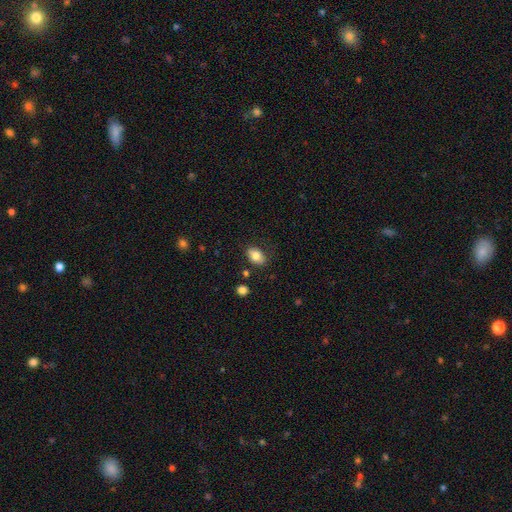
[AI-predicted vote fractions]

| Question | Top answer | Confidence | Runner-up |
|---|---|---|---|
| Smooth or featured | smooth | 81% | featured or disk (11%) |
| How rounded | in between | 84% | round (15%) |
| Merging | none | 80% | minor disturbance (13%) |